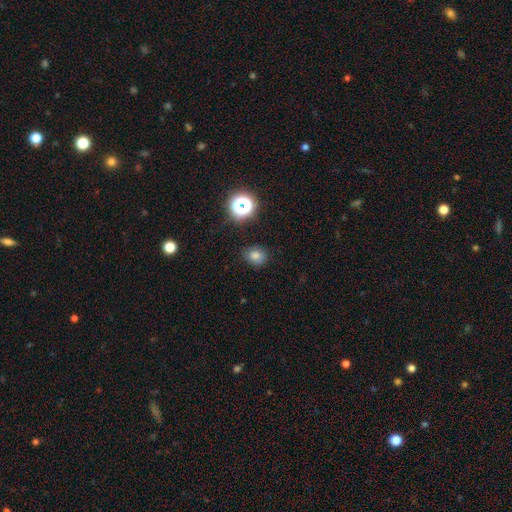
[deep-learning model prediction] This appears to be a smooth galaxy with no disk features (76%) that is round (59%). Merging: none (84%).